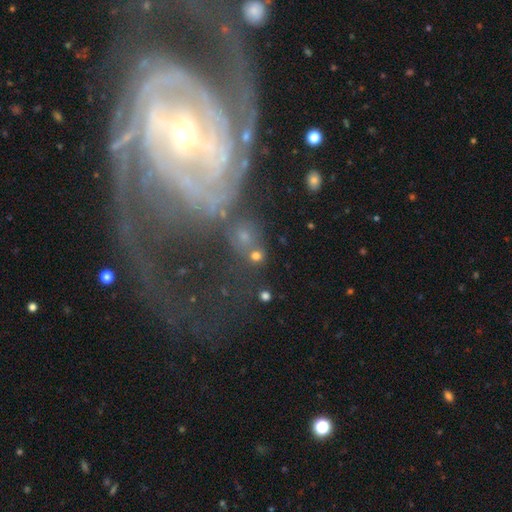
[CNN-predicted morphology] This appears to be a smooth galaxy with no disk features (65%) that is round (82%). Merging: none (64%).